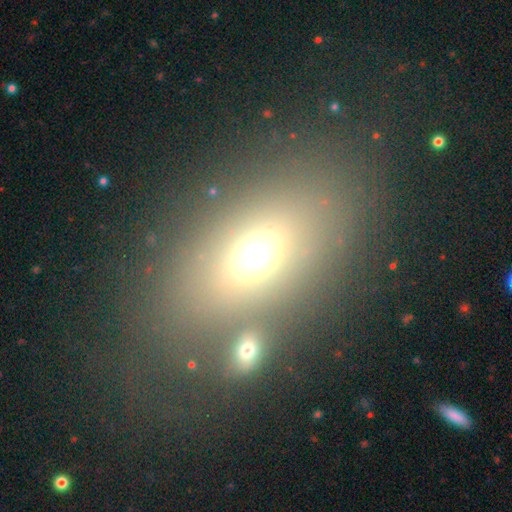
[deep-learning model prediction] smooth 65%, star or artifact 18%, featured or disk 17%. Down the decision tree: how rounded — in between (77%); merging — none (57%).